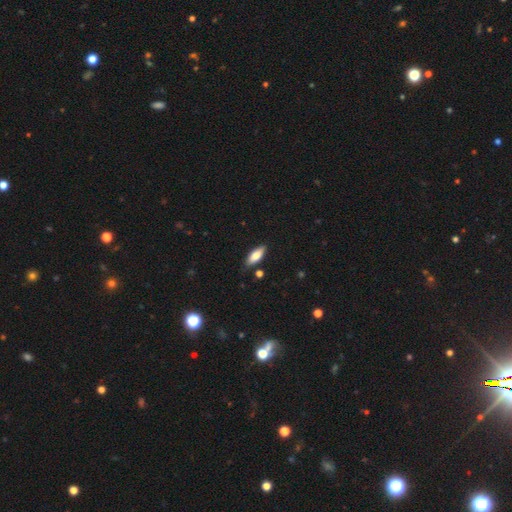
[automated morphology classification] smooth_or_featured: smooth (p=0.74) [alt: featured or disk p=0.20]
how_rounded: in between (p=0.67) [alt: cigar-shaped p=0.31]
merging: none (p=0.82) [alt: minor disturbance p=0.13]